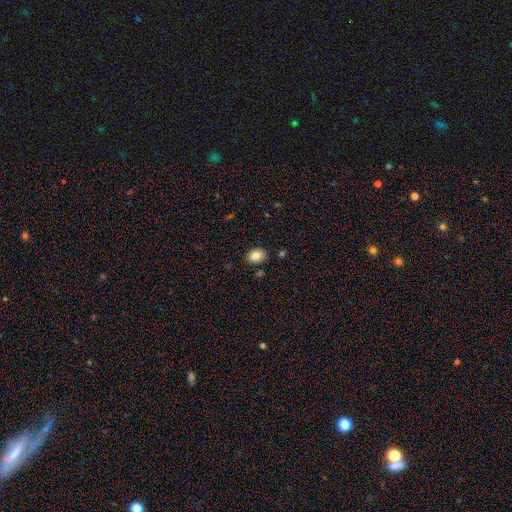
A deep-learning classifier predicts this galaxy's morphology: smooth-or-featured: smooth: 83% | featured or disk: 8% | star or artifact: 8%
  how-rounded: in between: 70% | round: 29% | cigar-shaped: 1%
  merging: none: 86% | minor disturbance: 9% | merger: 3% | major disturbance: 2%